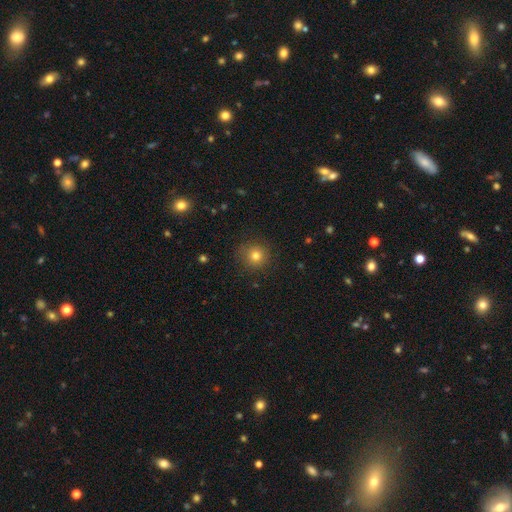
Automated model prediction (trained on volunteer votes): Smooth or featured?
  - smooth: 77% *
  - star or artifact: 15%
  - featured or disk: 8%
How rounded?
  - round: 93% *
  - in between: 6%
  - cigar-shaped: 1%
Merging?
  - none: 87% *
  - minor disturbance: 9%
  - major disturbance: 3%
  - merger: 1%